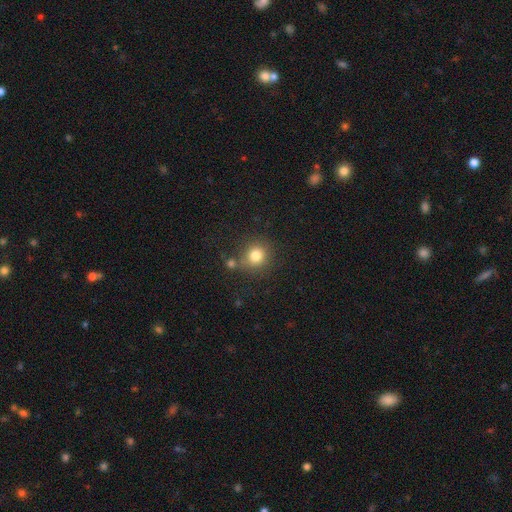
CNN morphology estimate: Smooth or featured? Predicted: smooth (p=0.81). How rounded? Predicted: round (p=0.89). Merging? Predicted: none (p=0.71).